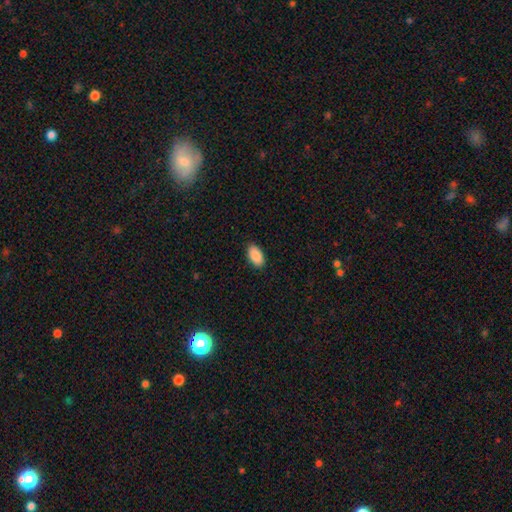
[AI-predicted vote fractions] Overall: smooth (90%). How rounded: in between (95%). Merging: none (89%).